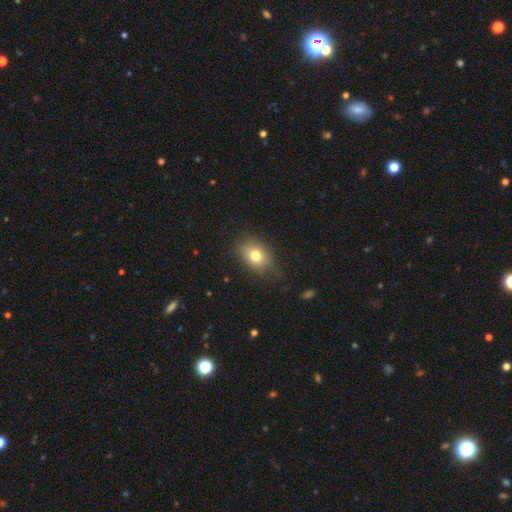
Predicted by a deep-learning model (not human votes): This is likely a smooth galaxy (76%). How rounded: likely in between (70%). Merging: likely none (71%).